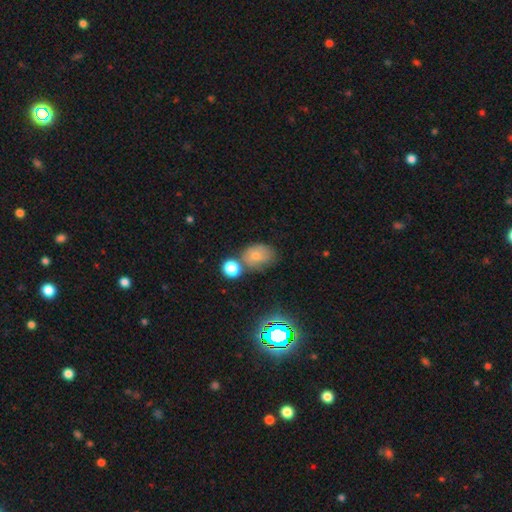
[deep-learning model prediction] smooth-or-featured: smooth: 64% | featured or disk: 19% | star or artifact: 17%
  how-rounded: in between: 66% | round: 33% | cigar-shaped: 1%
  merging: none: 48% | minor disturbance: 23% | merger: 20% | major disturbance: 9%